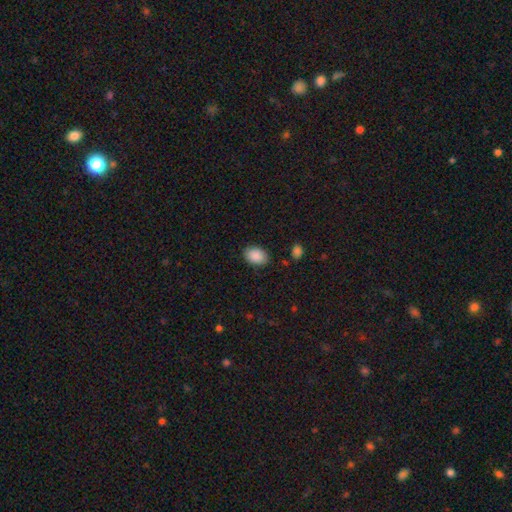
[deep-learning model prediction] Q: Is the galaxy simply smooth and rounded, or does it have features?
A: smooth — 89%.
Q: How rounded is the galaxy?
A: in between — 80%.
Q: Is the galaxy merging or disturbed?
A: none — 85%.